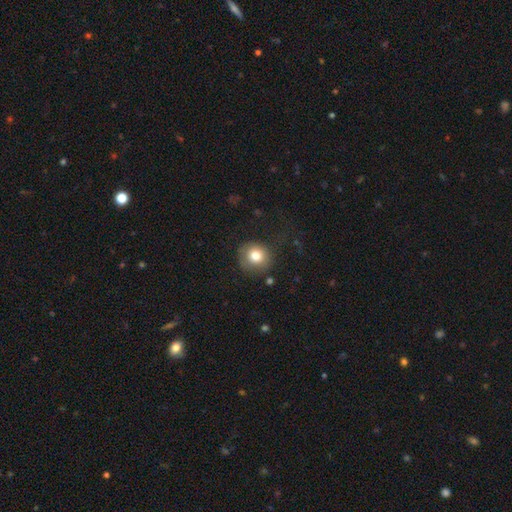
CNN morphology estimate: smooth 79%, featured or disk 11%, star or artifact 10%. Down the decision tree: how rounded — round (86%); merging — none (74%).